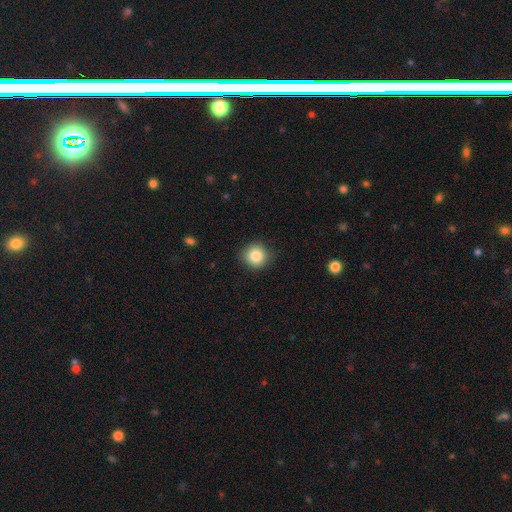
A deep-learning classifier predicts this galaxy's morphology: Overall: smooth (85%). How rounded: round (91%). Merging: none (88%).